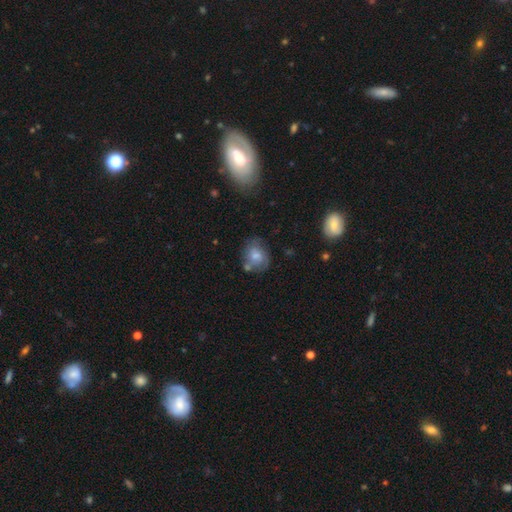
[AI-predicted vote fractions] The model was most divided on "how rounded": round: 57%, in between: 42%, cigar-shaped: 1%. More confident: smooth or featured — smooth (57%); merging — none (55%).